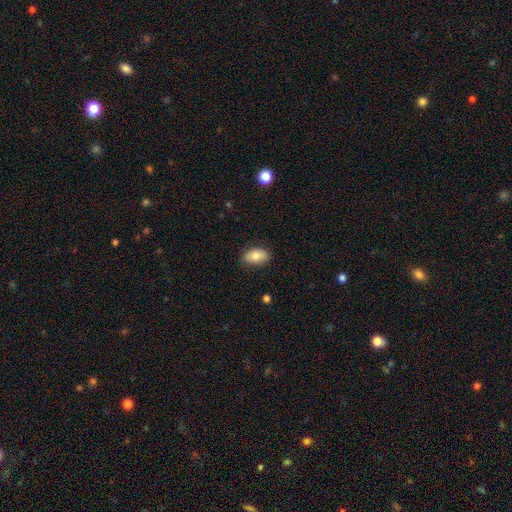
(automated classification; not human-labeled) The model was most divided on "smooth or featured": smooth: 80%, featured or disk: 12%, star or artifact: 7%. More confident: how rounded — in between (91%); merging — none (83%).